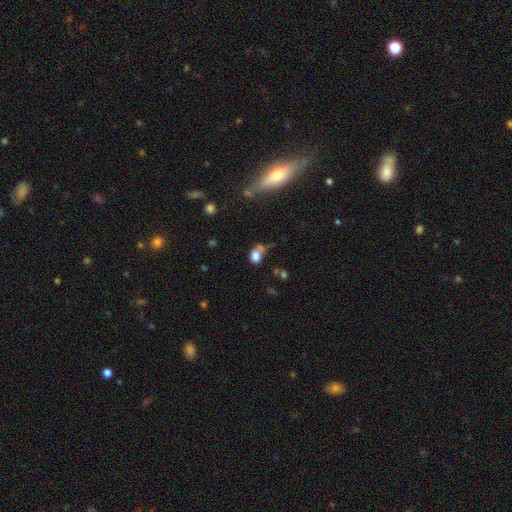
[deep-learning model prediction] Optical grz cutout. It shows a smooth galaxy with no disk features (77%) that is in between round and cigar-shaped (68%). Merging: none (38%).